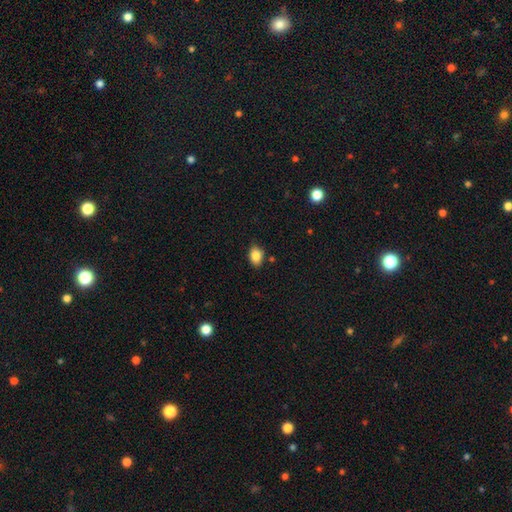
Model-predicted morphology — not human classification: Smooth or featured? Predicted: smooth (p=0.85). How rounded? Predicted: in between (p=0.81). Merging? Predicted: none (p=0.80).